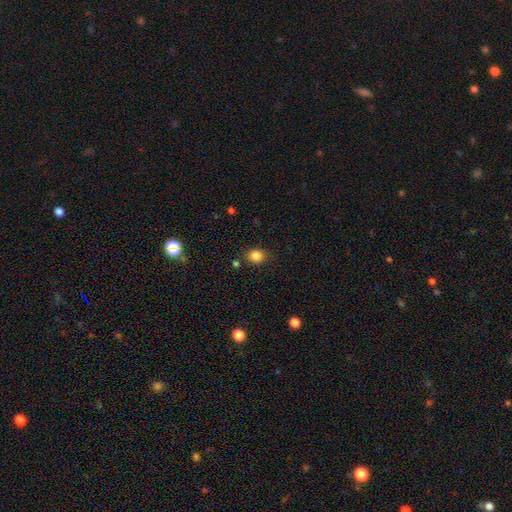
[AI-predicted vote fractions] Smooth or featured: smooth — 84% (star or artifact — 11%)
How rounded: round — 69% (in between — 30%)
Merging: none — 81% (minor disturbance — 12%)